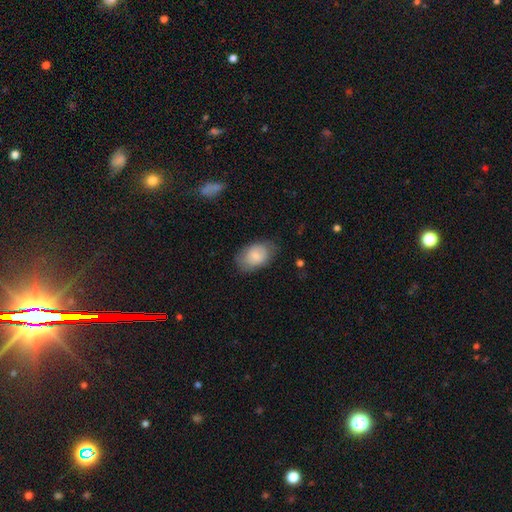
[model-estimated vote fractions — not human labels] Smooth or featured? Predicted: smooth (p=0.77). How rounded? Predicted: in between (p=0.88). Merging? Predicted: none (p=0.72).